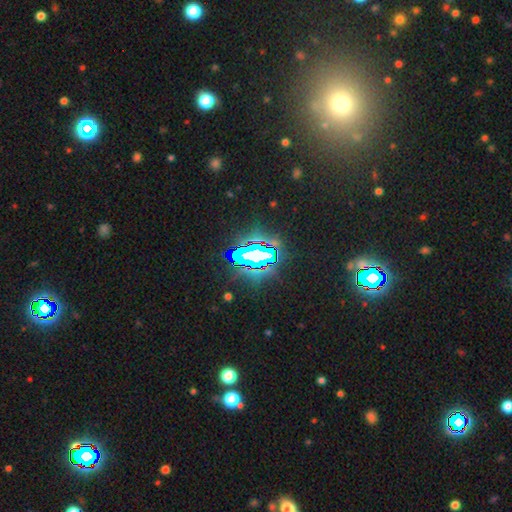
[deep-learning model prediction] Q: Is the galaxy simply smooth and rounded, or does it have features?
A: star or artifact — 72%.